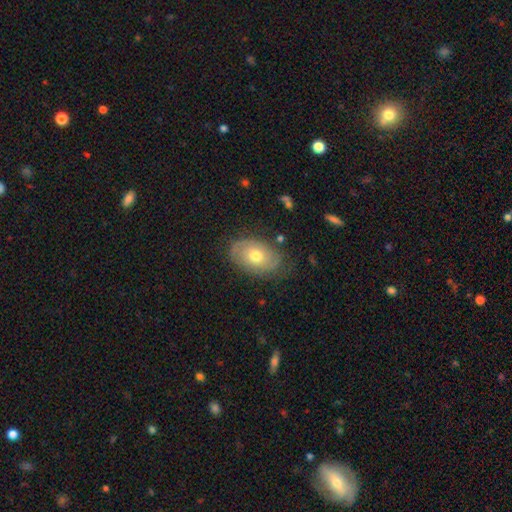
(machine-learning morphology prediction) featured or disk 46% (tied), smooth 46% (tied), star or artifact 7%. Down the decision tree: merging — none (74%).